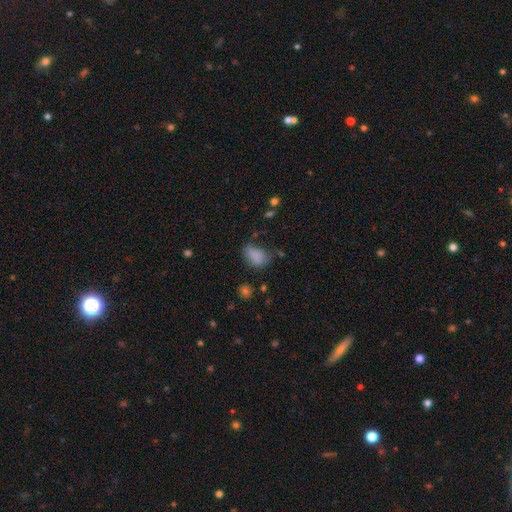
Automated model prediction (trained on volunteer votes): The model was most divided on "merging": none: 49%, minor disturbance: 32%, major disturbance: 15%, merger: 4%. More confident: how rounded — in between (83%); smooth or featured — smooth (80%).